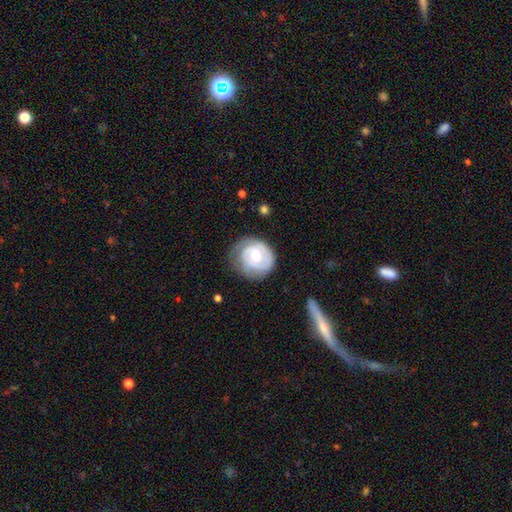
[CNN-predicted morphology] A featured or disk galaxy (65%) with no bar (59%), spiral arms (74%) and a moderate central bulge (76%). Merging: none (62%).